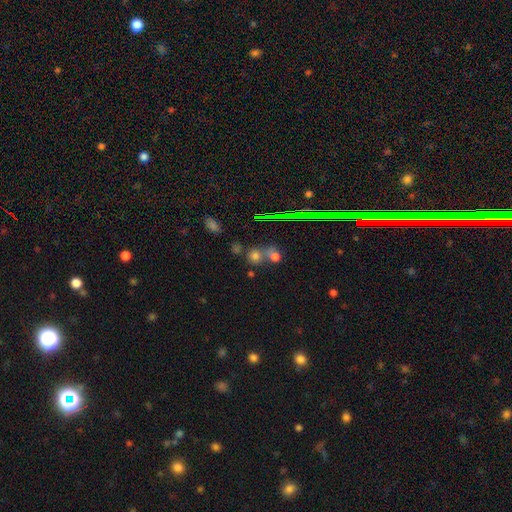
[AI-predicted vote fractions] Smooth or featured? Predicted: smooth (p=0.61). How rounded? Predicted: round (p=0.80). Merging? Predicted: none (p=0.50).